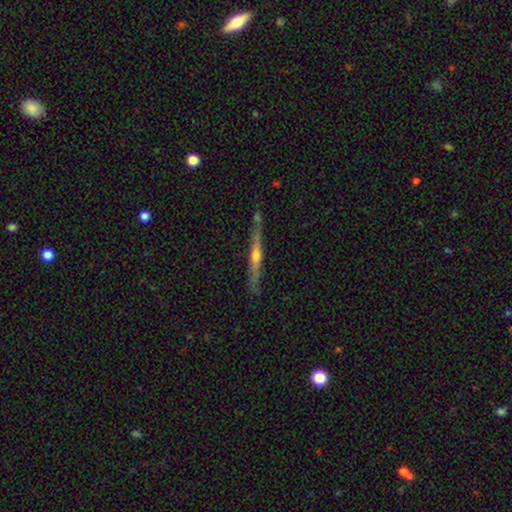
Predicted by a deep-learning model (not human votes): smooth_or_featured: featured or disk (p=0.71) [alt: smooth p=0.22]
disk_edge_on: yes (p=0.97) [alt: no p=0.03]
edge_on_bulge: rounded (p=0.81) [alt: none p=0.14]
merging: none (p=0.78) [alt: minor disturbance p=0.15]